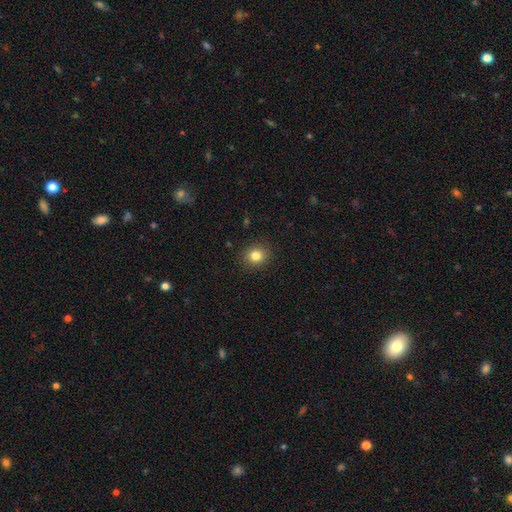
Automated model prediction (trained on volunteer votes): Smooth or featured? Predicted: smooth (p=0.83). How rounded? Predicted: round (p=0.83). Merging? Predicted: none (p=0.90).